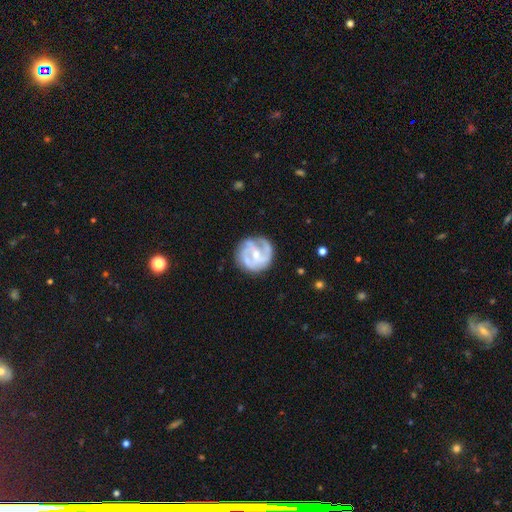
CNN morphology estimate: Overall: featured or disk (80%). Edge-on disk: no (98%). Bar: weak (44%; no 37%). Spiral arms: yes (91%). Spiral arm count: 3 (37%; 2 32%). Spiral winding: medium (45%; tight 39%). Bulge size: small (53%; moderate 37%). Merging: none (75%).